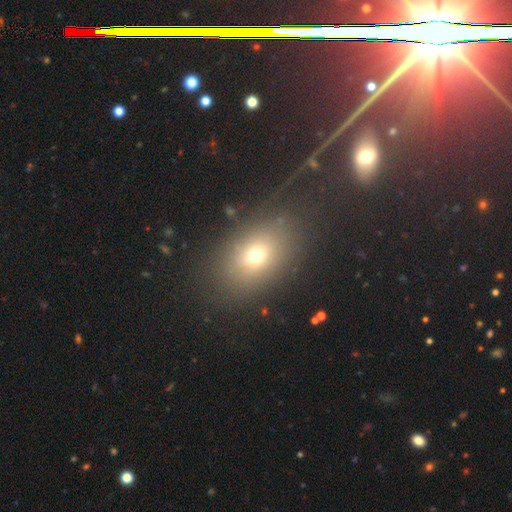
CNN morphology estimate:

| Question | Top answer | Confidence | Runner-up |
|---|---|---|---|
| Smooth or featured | smooth | 67% | star or artifact (17%) |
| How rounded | in between | 68% | round (30%) |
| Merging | none | 76% | minor disturbance (13%) |